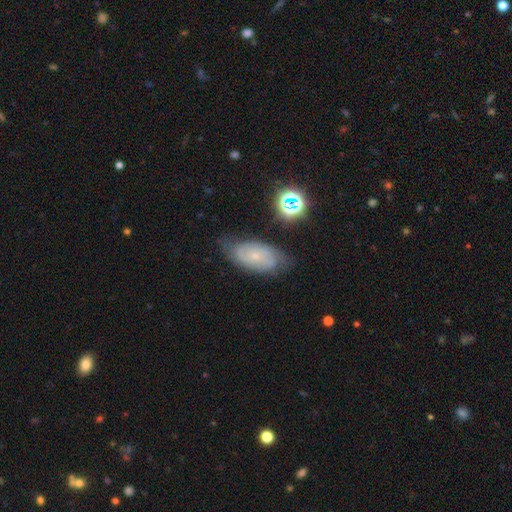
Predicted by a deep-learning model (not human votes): Q: Smooth or featured?
A: featured or disk (60%); runner-up: smooth (29%)
Q: Edge-on disk?
A: no (94%); runner-up: yes (6%)
Q: Bar?
A: no (77%); runner-up: weak (20%)
Q: Spiral arms?
A: yes (84%); runner-up: no (16%)
Q: Bulge size?
A: small (80%); runner-up: moderate (14%)
Q: Merging?
A: none (68%); runner-up: minor disturbance (23%)